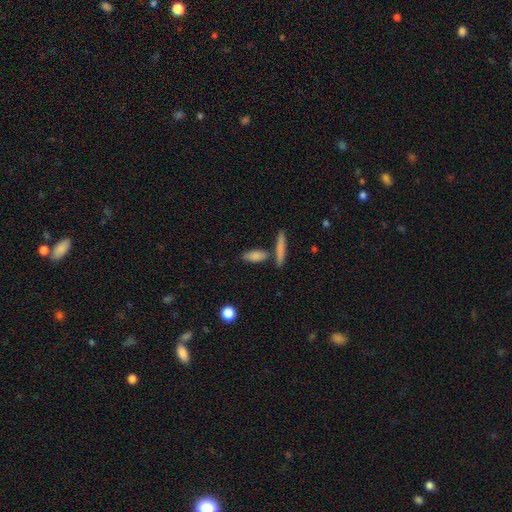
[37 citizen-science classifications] This is likely a smooth galaxy (65%). How rounded: possibly in between (54%). Merging: likely none (77%).